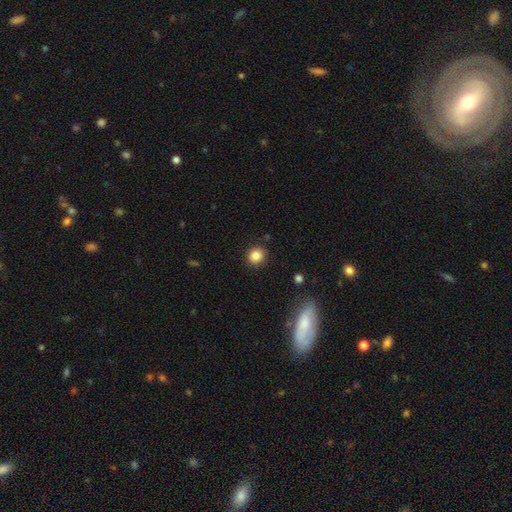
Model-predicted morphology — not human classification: Overall: smooth (85%). How rounded: round (83%). Merging: none (89%).